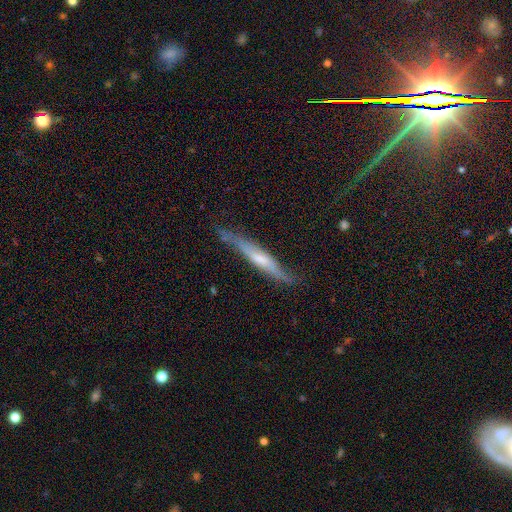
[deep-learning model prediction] This is likely a featured or disk galaxy (65%). It is clearly viewed edge-on (91%). Edge-on bulge: likely rounded (60%). Merging: likely none (76%).